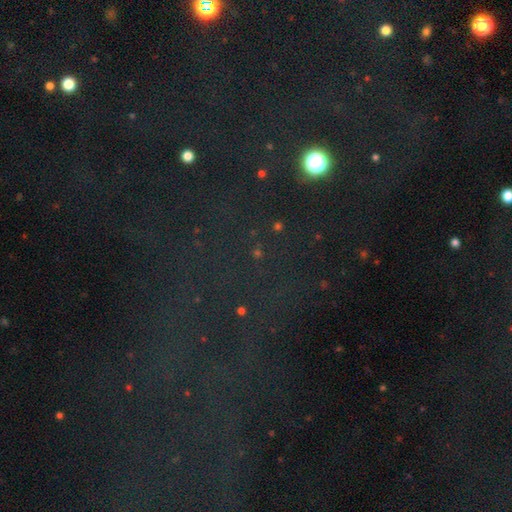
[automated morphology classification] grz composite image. It shows a star or artifact, not a galaxy (74%).